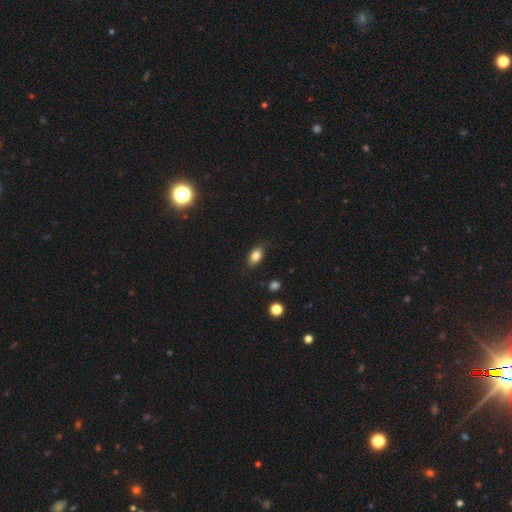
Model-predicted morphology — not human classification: smooth 82%, featured or disk 9%, star or artifact 9%. Down the decision tree: how rounded — in between (86%); merging — none (84%).